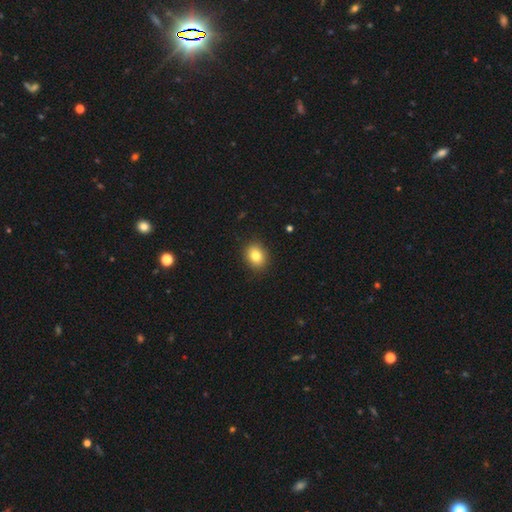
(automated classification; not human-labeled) A smooth galaxy with no disk features (82%) that is round (58%). Merging: none (89%).